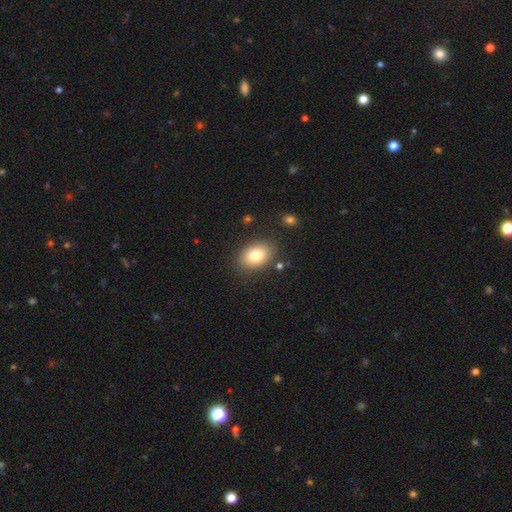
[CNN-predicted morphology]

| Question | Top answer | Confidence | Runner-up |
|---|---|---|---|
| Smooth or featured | smooth | 81% | featured or disk (10%) |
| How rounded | in between | 79% | round (20%) |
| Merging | none | 84% | minor disturbance (10%) |